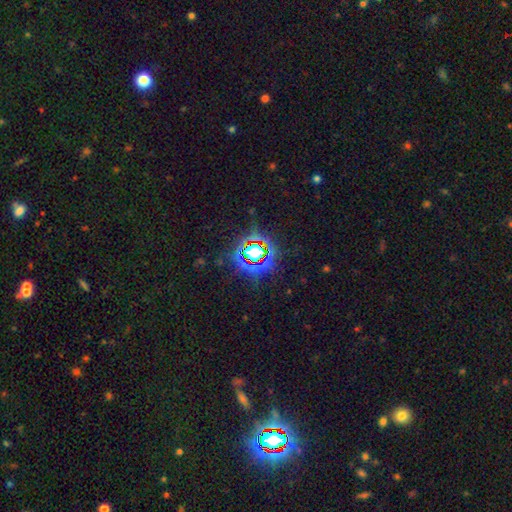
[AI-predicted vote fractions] A star or artifact, not a galaxy (74%).

Vote fractions:
- Smooth or featured? star or artifact: 74% / smooth: 16% / featured or disk: 10%